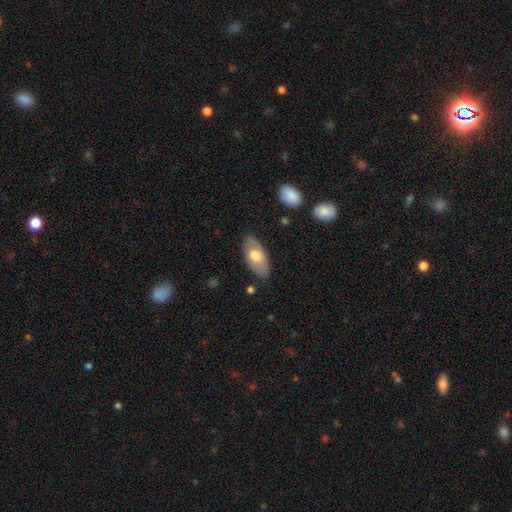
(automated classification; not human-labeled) This is likely a smooth galaxy (62%). How rounded: clearly in between (92%). Merging: clearly none (81%).